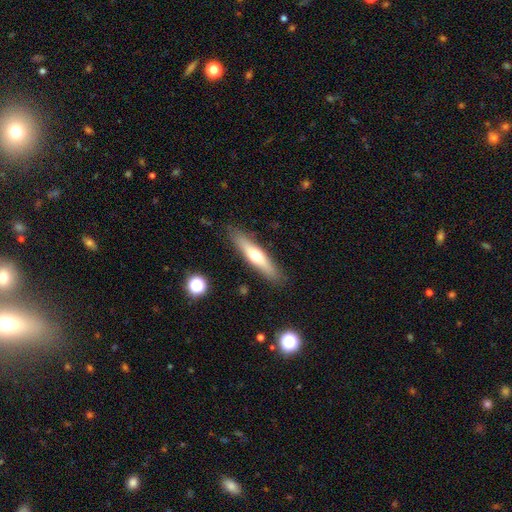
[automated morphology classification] This is possibly a smooth galaxy (51%). How rounded: clearly cigar-shaped (83%). Merging: clearly none (88%).